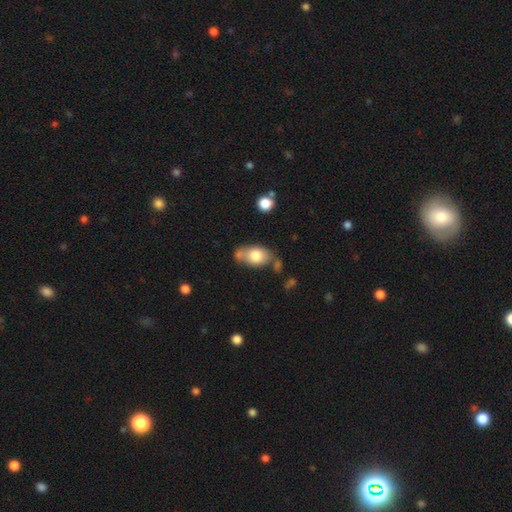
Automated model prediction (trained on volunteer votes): Morphology: type=smooth (75%); roundness=in between (85%); merging=none (51%).